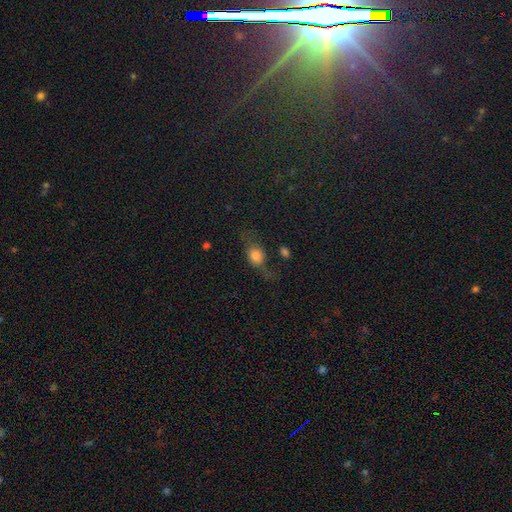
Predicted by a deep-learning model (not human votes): Smooth or featured?
  - smooth: 65% *
  - featured or disk: 24%
  - star or artifact: 11%
How rounded?
  - in between: 55% *
  - round: 40%
  - cigar-shaped: 6%
Merging?
  - none: 45% *
  - minor disturbance: 25%
  - major disturbance: 25%
  - merger: 5%